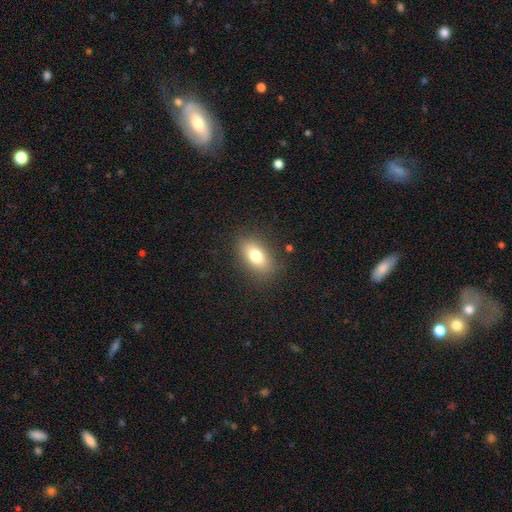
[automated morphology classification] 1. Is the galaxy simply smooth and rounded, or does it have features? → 76% smooth, 15% featured or disk, 10% star or artifact.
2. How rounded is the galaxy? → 84% in between, 10% round, 6% cigar-shaped.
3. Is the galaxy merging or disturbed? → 85% none, 10% minor disturbance, 4% major disturbance, 1% merger.